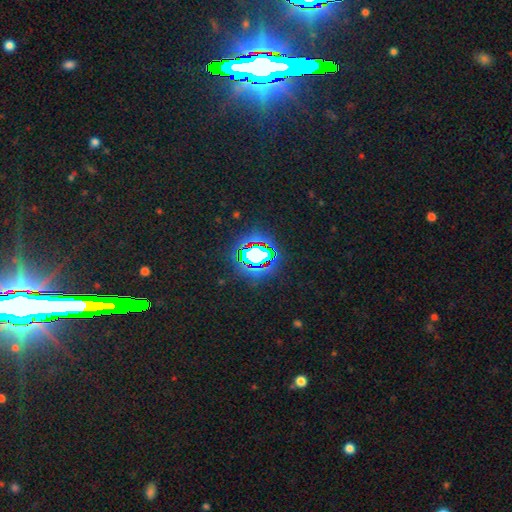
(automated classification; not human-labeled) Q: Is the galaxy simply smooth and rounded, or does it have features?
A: star or artifact — 72%.